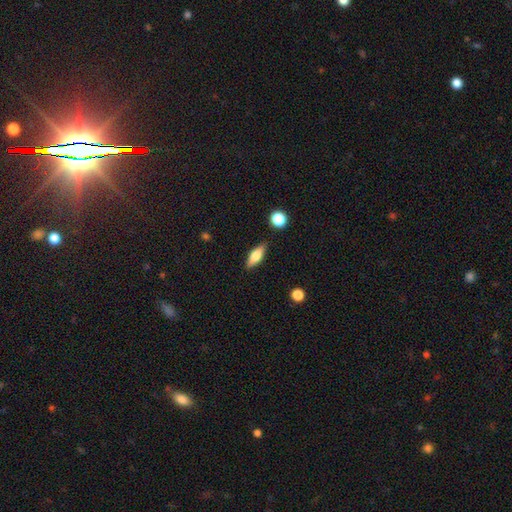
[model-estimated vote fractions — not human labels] A smooth galaxy with no disk features (58%) that is in between round and cigar-shaped (60%).

Vote fractions:
- Smooth or featured? smooth: 58% / featured or disk: 34% / star or artifact: 7%
- How rounded? in between: 60% / cigar-shaped: 36% / round: 4%
- Merging? none: 85% / minor disturbance: 10% / major disturbance: 2% / merger: 2%